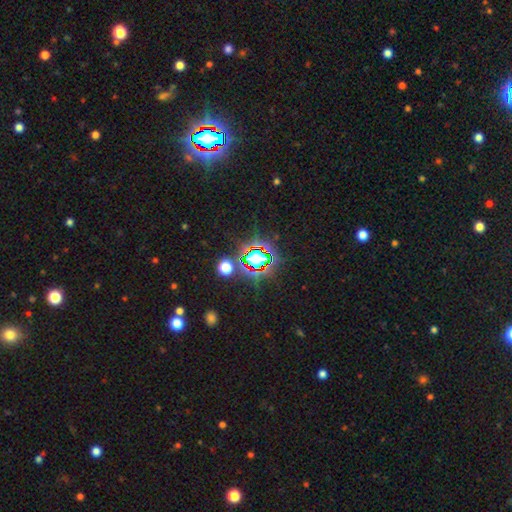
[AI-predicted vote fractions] Smooth or featured? star or artifact (74%)